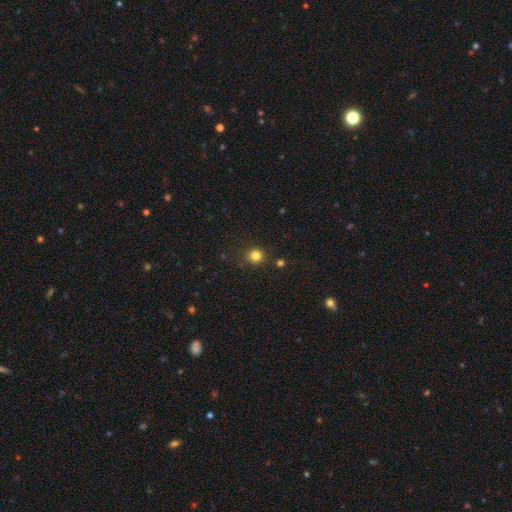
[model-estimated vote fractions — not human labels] Smooth or featured? smooth (81%)
How rounded? round (91%)
Merging? none (86%)